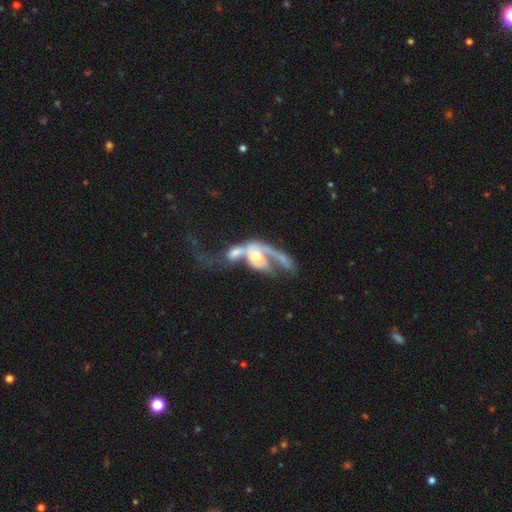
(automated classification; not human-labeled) Smooth or featured? featured or disk (66%)
Edge-on disk? no (91%)
Bar? no (69%)
Spiral arms? yes (62%)
Bulge size? moderate (41%)
Merging? merger (70%)